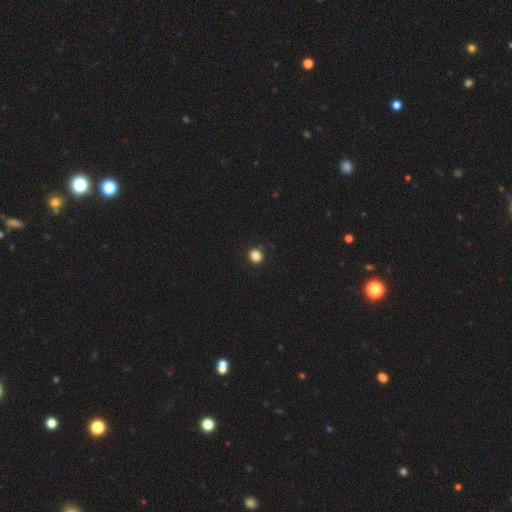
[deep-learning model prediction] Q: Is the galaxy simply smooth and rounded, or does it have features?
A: smooth — 85%.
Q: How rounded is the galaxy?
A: round — 84%.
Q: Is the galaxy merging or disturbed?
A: none — 87%.